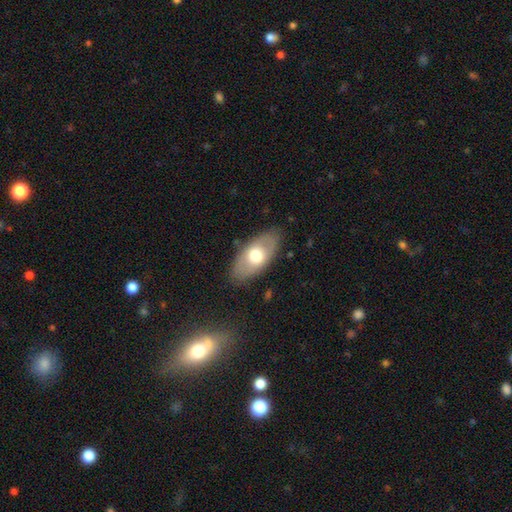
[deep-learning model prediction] This appears to be a smooth galaxy with no disk features (61%) that is in between round and cigar-shaped (91%). Merging: none (81%).